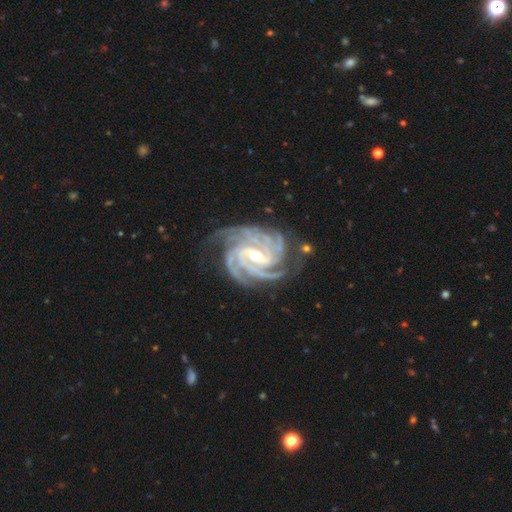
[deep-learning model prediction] This appears to be a featured or disk galaxy (94%) with a weak bar (45%), 4 (45%) tight (73%) spiral arms (99%) and a moderate central bulge (49%). Merging: none (76%).